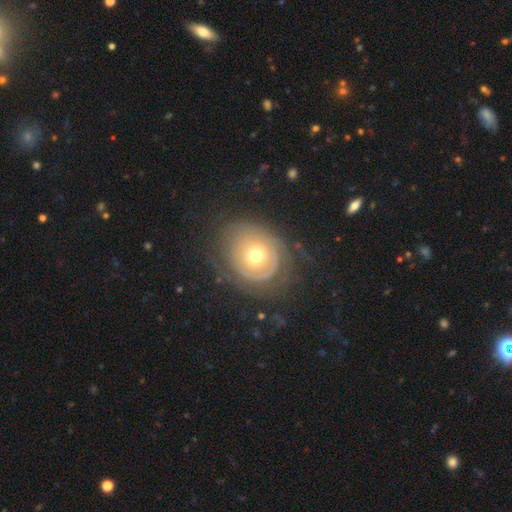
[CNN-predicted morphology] The model was most divided on "spiral arms": yes: 61%, no: 39%. More confident: edge-on disk — no (95%); bar — no (88%); merging — none (65%); bulge size — moderate (64%); smooth or featured — featured or disk (62%).